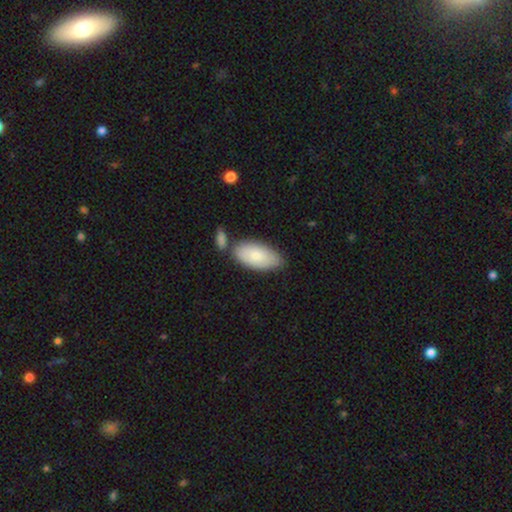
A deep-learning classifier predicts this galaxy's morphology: smooth 80%, featured or disk 15%, star or artifact 5%. Down the decision tree: how rounded — in between (93%); merging — none (64%).